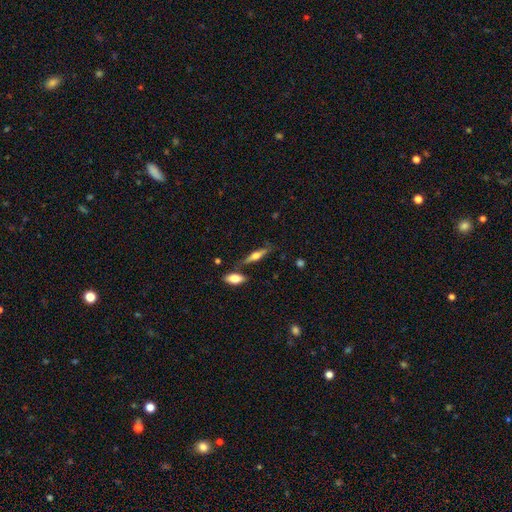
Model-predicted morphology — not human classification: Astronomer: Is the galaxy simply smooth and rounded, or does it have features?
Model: featured or disk — 57% (runner-up: smooth, 36%).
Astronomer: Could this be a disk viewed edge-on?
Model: yes — 94%.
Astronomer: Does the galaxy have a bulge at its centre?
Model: rounded — 87%.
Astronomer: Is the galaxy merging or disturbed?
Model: none — 74%.